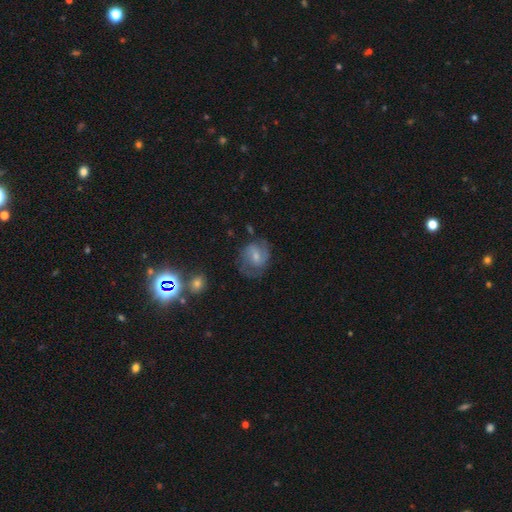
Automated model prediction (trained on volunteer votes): Smooth or featured? featured or disk (61%)
Edge-on disk? no (97%)
Bar? weak (52%)
Spiral arms? yes (85%)
Spiral winding? medium (49%)
Spiral arm count? 2 (73%)
Bulge size? small (46%)
Merging? none (61%)